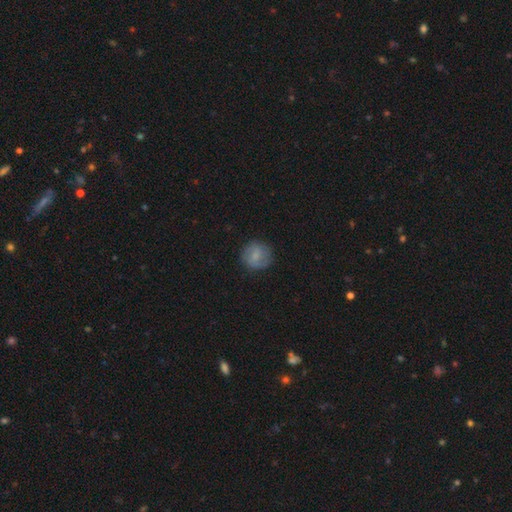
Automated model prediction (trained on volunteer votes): This is likely a smooth galaxy (63%). How rounded: clearly round (89%). Merging: likely none (80%).